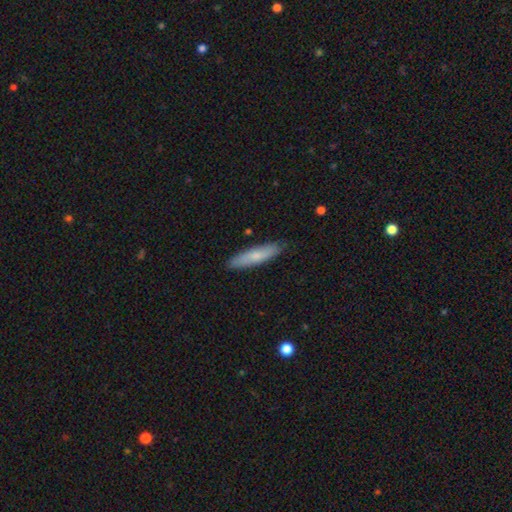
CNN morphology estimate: type=smooth (72%); roundness=cigar-shaped (80%); merging=none (87%).